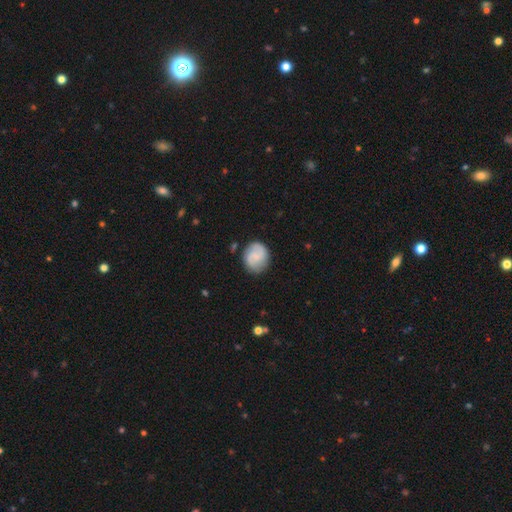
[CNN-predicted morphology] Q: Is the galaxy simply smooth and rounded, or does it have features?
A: featured or disk — 51%.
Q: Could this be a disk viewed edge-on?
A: no — 98%.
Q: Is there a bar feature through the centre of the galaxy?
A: no — 51%.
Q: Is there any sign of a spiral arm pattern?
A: yes — 92%.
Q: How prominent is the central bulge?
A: none — 45%.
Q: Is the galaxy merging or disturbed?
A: none — 81%.